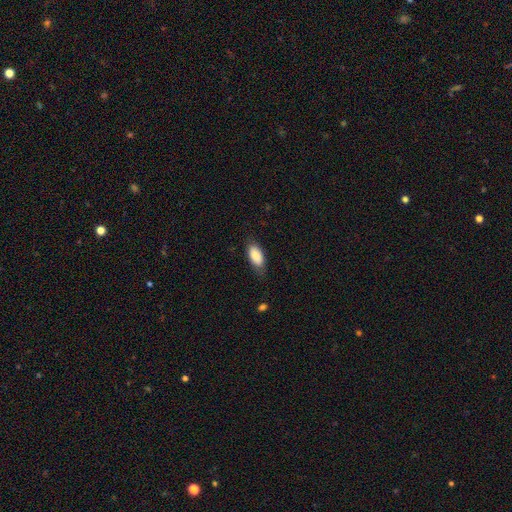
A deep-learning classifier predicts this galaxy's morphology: Smooth or featured: smooth — 86% (featured or disk — 8%)
How rounded: in between — 88% (cigar-shaped — 10%)
Merging: none — 75% (minor disturbance — 20%)